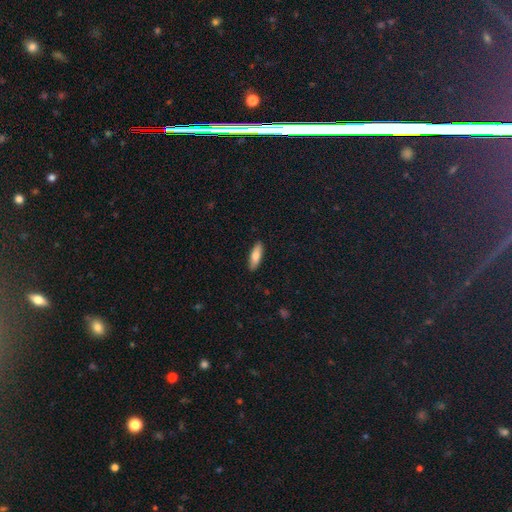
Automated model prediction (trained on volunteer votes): A smooth galaxy with no disk features (77%) that is in between round and cigar-shaped (54%).

Vote fractions:
- Smooth or featured? smooth: 77% / featured or disk: 17% / star or artifact: 6%
- How rounded? in between: 54% / cigar-shaped: 44% / round: 2%
- Merging? none: 89% / minor disturbance: 8% / major disturbance: 2% / merger: 1%